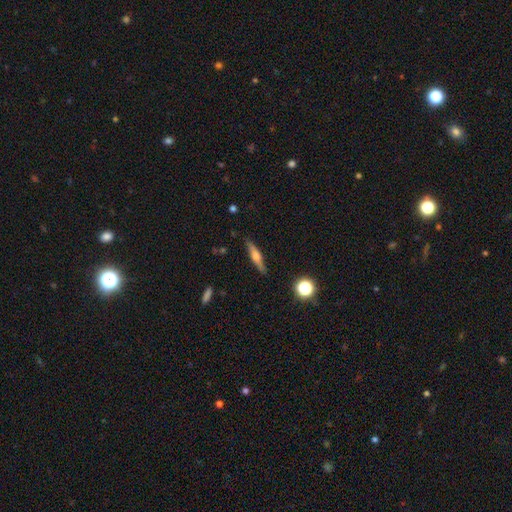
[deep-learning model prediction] A featured or disk galaxy (59%) viewed edge-on (95%) with a rounded central bulge (80%).

Vote fractions:
- Smooth or featured? featured or disk: 59% / smooth: 34% / star or artifact: 7%
- Edge-on disk? yes: 95% / no: 5%
- Edge-on bulge? rounded: 80% / boxy: 14% / none: 6%
- Merging? none: 87% / minor disturbance: 9% / major disturbance: 2% / merger: 1%